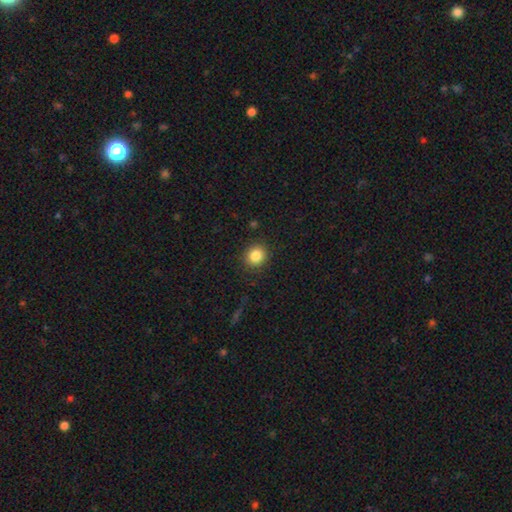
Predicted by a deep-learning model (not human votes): Overall: smooth (85%). How rounded: round (86%). Merging: none (89%).